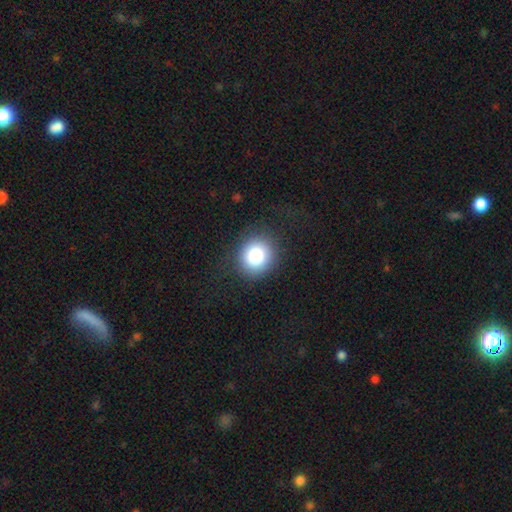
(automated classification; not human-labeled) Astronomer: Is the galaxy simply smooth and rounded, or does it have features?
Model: smooth — 83%.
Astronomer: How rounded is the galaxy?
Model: round — 84%.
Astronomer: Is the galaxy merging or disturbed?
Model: none — 86%.